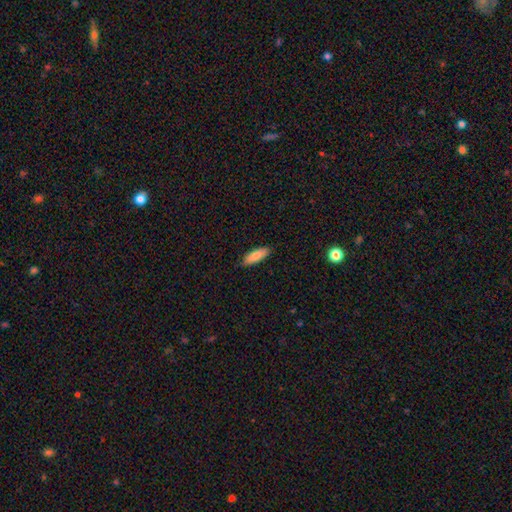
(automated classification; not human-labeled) Overall: smooth (85%). How rounded: in between (55%; cigar-shaped 43%). Merging: none (87%).